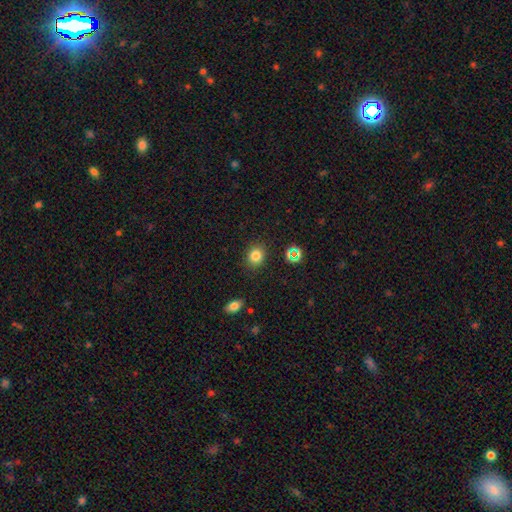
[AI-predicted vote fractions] The model was most divided on "how rounded": round: 71%, in between: 28%, cigar-shaped: 1%. More confident: merging — none (87%); smooth or featured — smooth (81%).